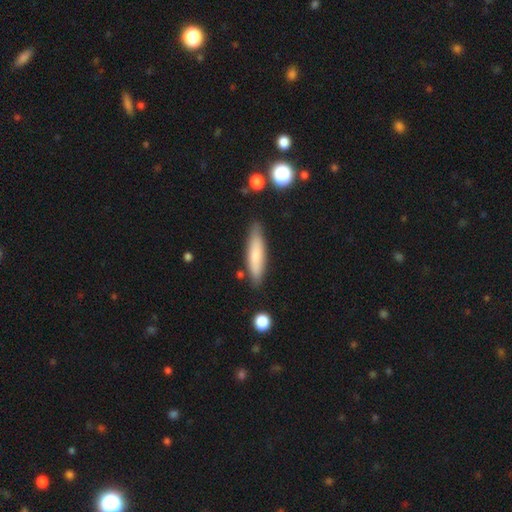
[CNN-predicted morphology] type=smooth (73%); roundness=cigar-shaped (78%); merging=none (83%).